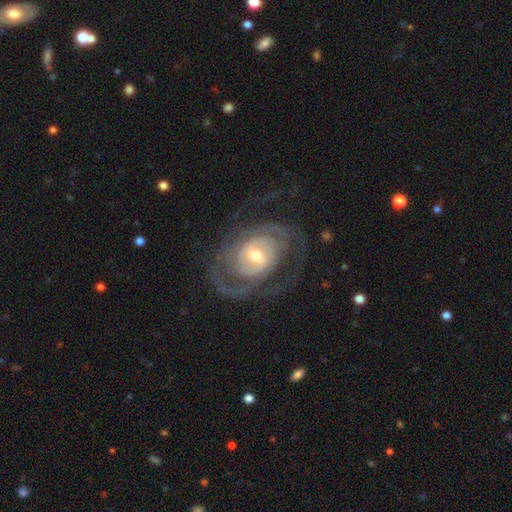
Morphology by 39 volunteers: Q: Smooth or featured?
A: featured or disk (85%); runner-up: smooth (10%)
Q: Edge-on disk?
A: no (97%); runner-up: yes (3%)
Q: Bar?
A: weak (62%); runner-up: no (25%)
Q: Spiral arms?
A: yes (100%)
Q: Spiral winding?
A: medium (53%); runner-up: tight (38%)
Q: Spiral arm count?
A: 3 (44%); runner-up: can't tell (31%)
Q: Bulge size?
A: moderate (44%); runner-up: small (41%)
Q: Merging?
A: none (57%); runner-up: major disturbance (30%)